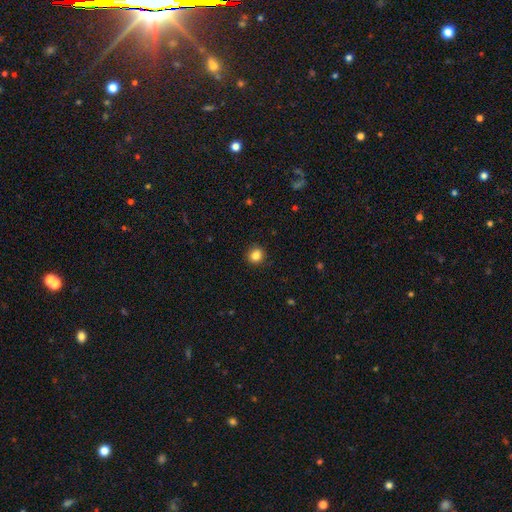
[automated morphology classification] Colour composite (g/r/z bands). It shows a smooth galaxy with no disk features (85%) that is round (86%). Merging: none (90%).